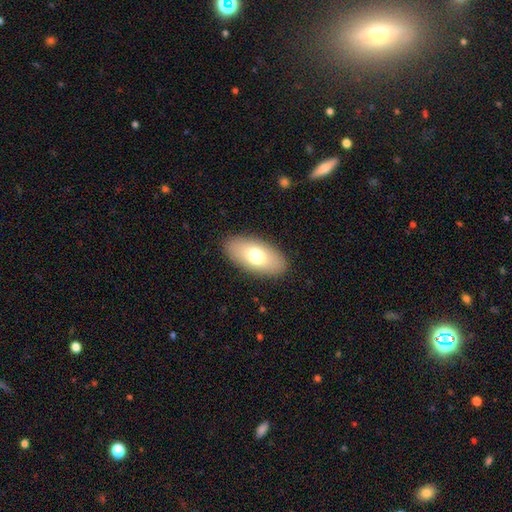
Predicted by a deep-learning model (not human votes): smooth_or_featured: smooth (p=0.71) [alt: featured or disk p=0.22]
how_rounded: in between (p=0.92) [alt: cigar-shaped p=0.05]
merging: none (p=0.88) [alt: minor disturbance p=0.08]